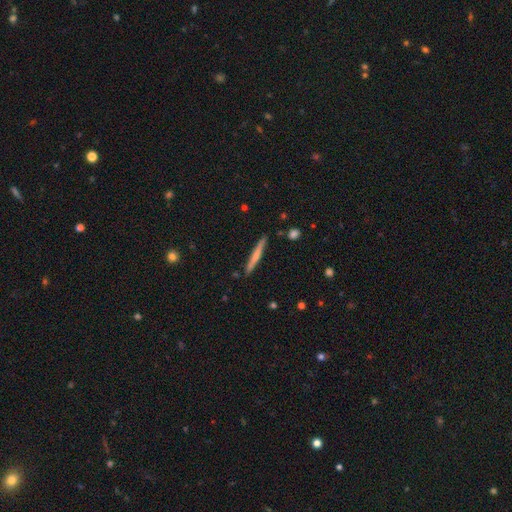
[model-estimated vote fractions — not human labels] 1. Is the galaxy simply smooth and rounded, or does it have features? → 51% smooth, 43% featured or disk, 6% star or artifact.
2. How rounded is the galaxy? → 96% cigar-shaped, 3% in between, 1% round.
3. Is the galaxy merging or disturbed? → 89% none, 8% minor disturbance, 2% merger, 1% major disturbance.